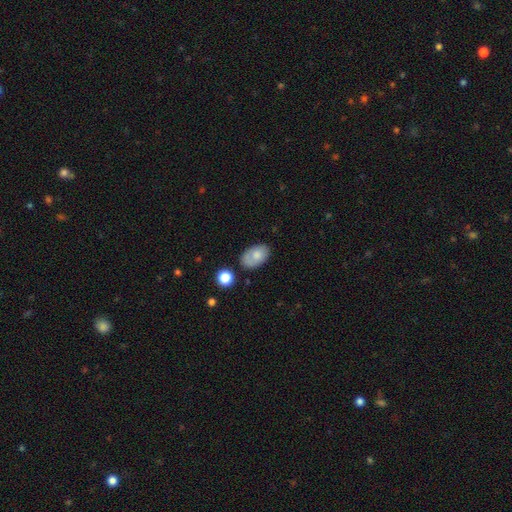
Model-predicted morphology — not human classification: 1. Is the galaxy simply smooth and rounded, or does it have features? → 77% smooth, 15% featured or disk, 8% star or artifact.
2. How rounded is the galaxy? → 90% in between, 8% round, 1% cigar-shaped.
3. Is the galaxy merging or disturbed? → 67% none, 21% minor disturbance, 6% major disturbance, 6% merger.